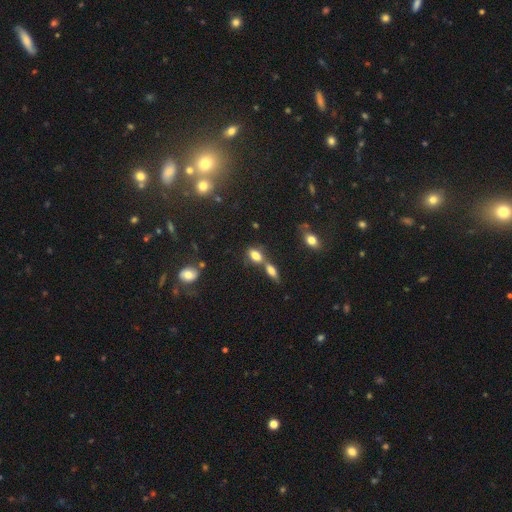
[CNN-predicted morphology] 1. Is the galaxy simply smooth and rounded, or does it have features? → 78% smooth, 11% star or artifact, 11% featured or disk.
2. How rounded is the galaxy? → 81% in between, 13% round, 5% cigar-shaped.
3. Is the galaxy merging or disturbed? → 43% none, 40% merger, 12% minor disturbance, 5% major disturbance.